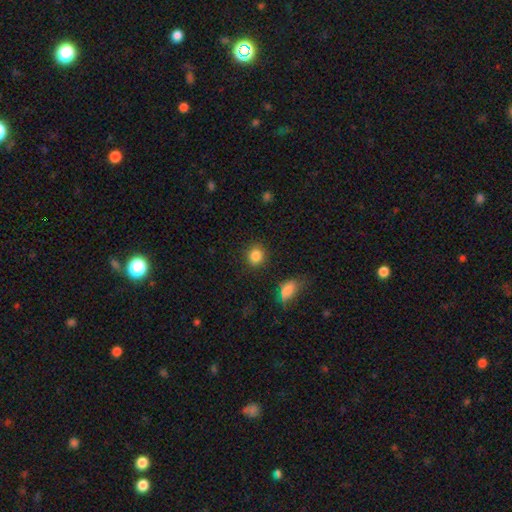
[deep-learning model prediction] A smooth galaxy with no disk features (86%) that is round (77%).

Vote fractions:
- Smooth or featured? smooth: 86% / star or artifact: 10% / featured or disk: 4%
- How rounded? round: 77% / in between: 21% / cigar-shaped: 1%
- Merging? none: 86% / minor disturbance: 8% / major disturbance: 3% / merger: 3%